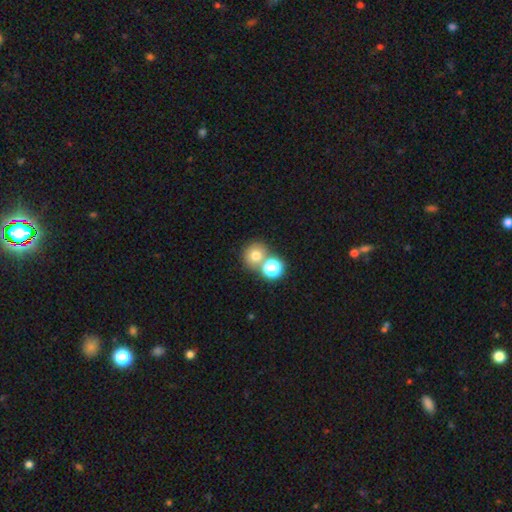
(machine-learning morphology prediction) This is likely a smooth galaxy (73%). How rounded: clearly round (85%). Merging: possibly none (57%).